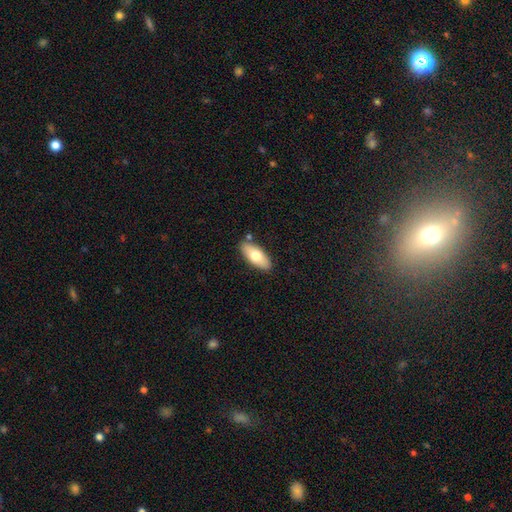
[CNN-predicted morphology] The model was most divided on "smooth or featured": smooth: 69%, featured or disk: 25%, star or artifact: 6%. More confident: merging — none (84%); how rounded — in between (84%).